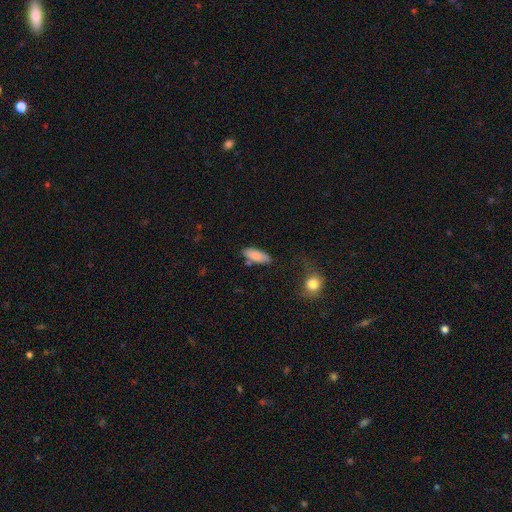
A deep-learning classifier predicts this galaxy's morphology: A smooth galaxy with no disk features (83%) that is in between round and cigar-shaped (77%).

Vote fractions:
- Smooth or featured? smooth: 83% / featured or disk: 11% / star or artifact: 7%
- How rounded? in between: 77% / cigar-shaped: 21% / round: 2%
- Merging? none: 75% / minor disturbance: 15% / merger: 6% / major disturbance: 4%